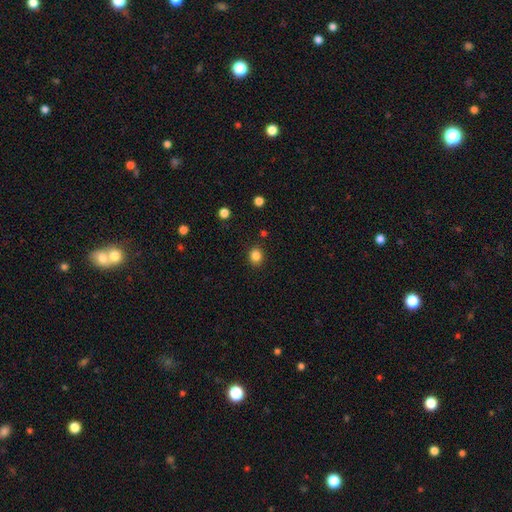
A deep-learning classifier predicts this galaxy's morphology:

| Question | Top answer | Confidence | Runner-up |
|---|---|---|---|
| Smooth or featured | smooth | 84% | star or artifact (12%) |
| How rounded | round | 76% | in between (23%) |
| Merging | none | 89% | minor disturbance (7%) |